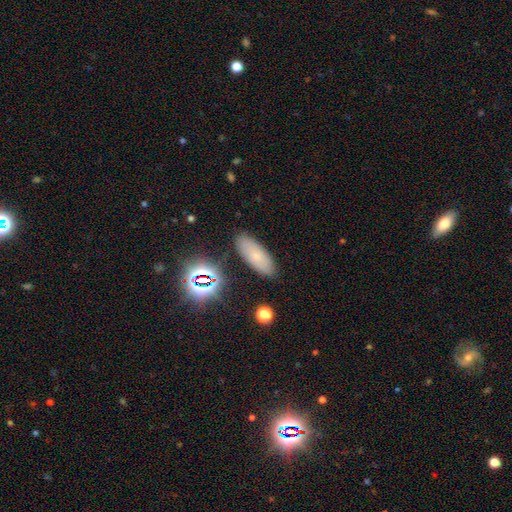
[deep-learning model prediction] The model was most divided on "smooth or featured": smooth: 68%, featured or disk: 17%, star or artifact: 15%. More confident: merging — none (86%); how rounded — in between (77%).